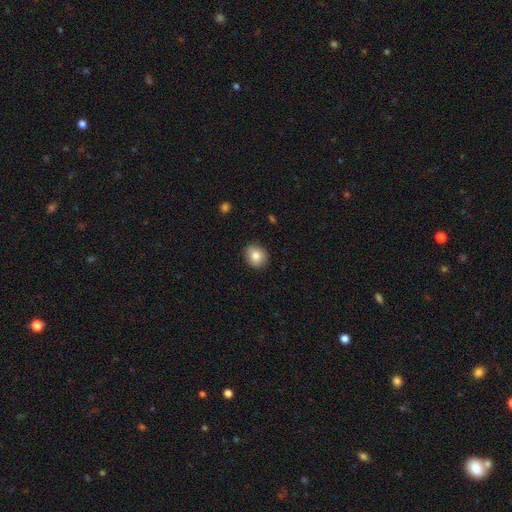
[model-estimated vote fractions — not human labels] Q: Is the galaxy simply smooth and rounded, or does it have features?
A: smooth — 84%.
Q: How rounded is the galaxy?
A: round — 68%.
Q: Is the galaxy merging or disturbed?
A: none — 89%.